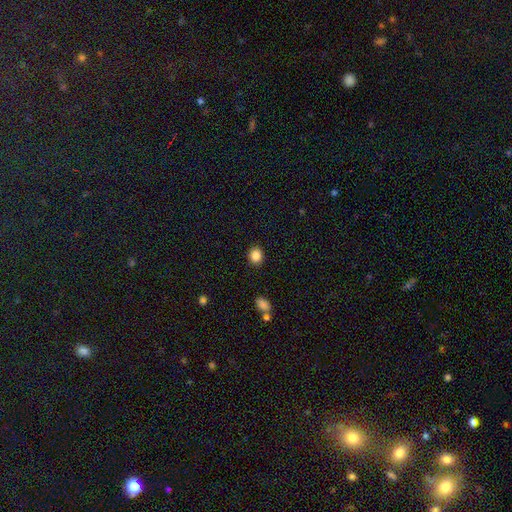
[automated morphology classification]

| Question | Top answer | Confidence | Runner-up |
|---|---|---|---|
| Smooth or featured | smooth | 85% | star or artifact (10%) |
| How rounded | round | 74% | in between (26%) |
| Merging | none | 90% | minor disturbance (6%) |